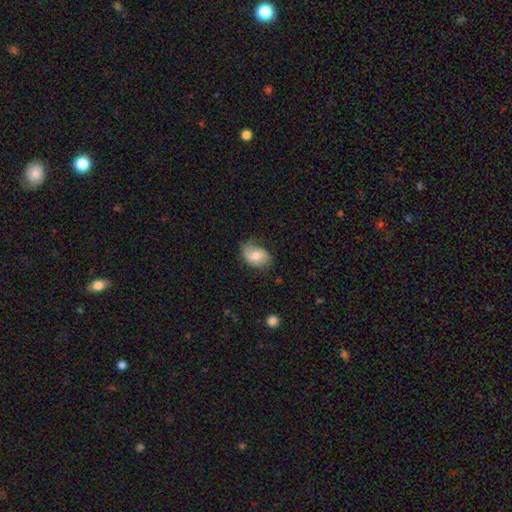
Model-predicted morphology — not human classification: smooth-or-featured: smooth: 69% | featured or disk: 24% | star or artifact: 7%
  how-rounded: in between: 81% | round: 18% | cigar-shaped: 1%
  merging: none: 63% | minor disturbance: 29% | major disturbance: 7% | merger: 1%